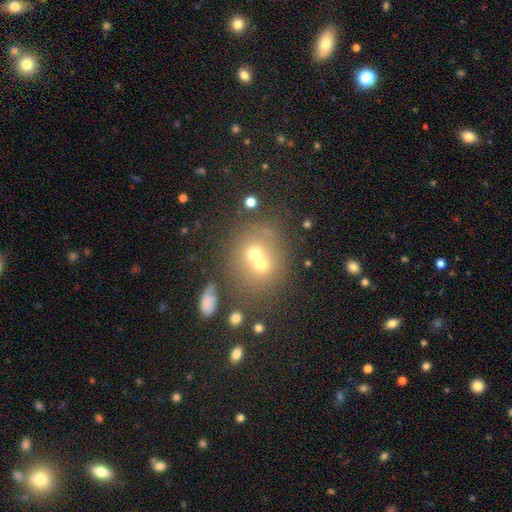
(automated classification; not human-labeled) This is possibly a smooth galaxy (55%). How rounded: likely round (74%). Merging: possibly merger (56%).